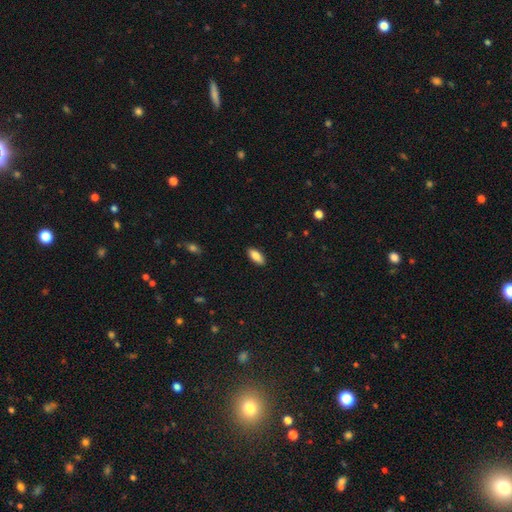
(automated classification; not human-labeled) This is clearly a smooth galaxy (83%). How rounded: clearly in between (84%). Merging: clearly none (89%).